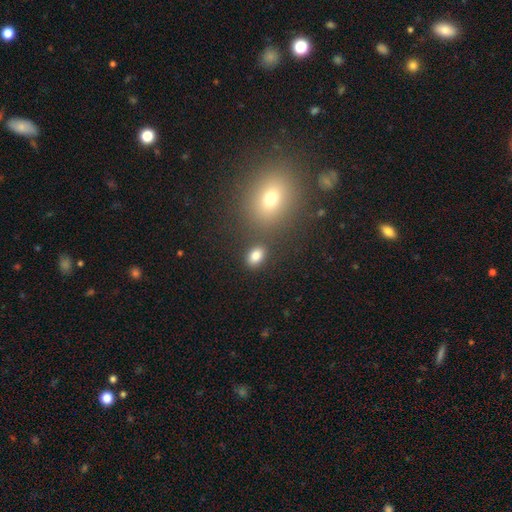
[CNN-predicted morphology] Smooth or featured?
  - smooth: 83% *
  - star or artifact: 11%
  - featured or disk: 6%
How rounded?
  - in between: 77% *
  - round: 21%
  - cigar-shaped: 2%
Merging?
  - none: 79% *
  - minor disturbance: 10%
  - merger: 8%
  - major disturbance: 3%